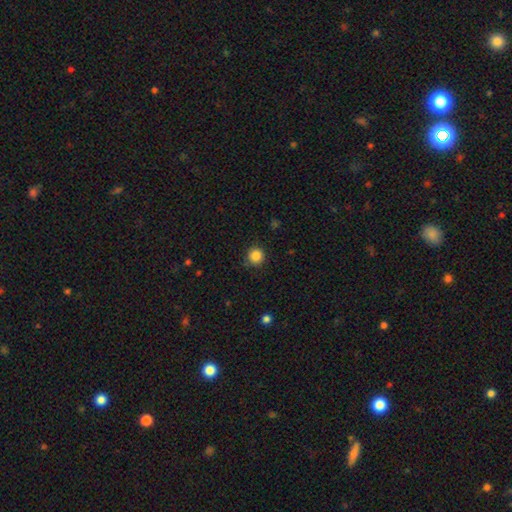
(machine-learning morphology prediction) This is clearly a smooth galaxy (86%). How rounded: clearly round (94%). Merging: clearly none (86%).